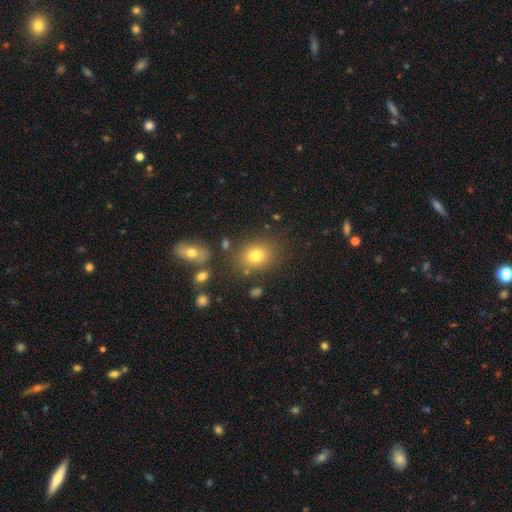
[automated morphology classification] The model was most divided on "how rounded": in between: 52%, round: 47%, cigar-shaped: 1%. More confident: merging — none (79%); smooth or featured — smooth (77%).